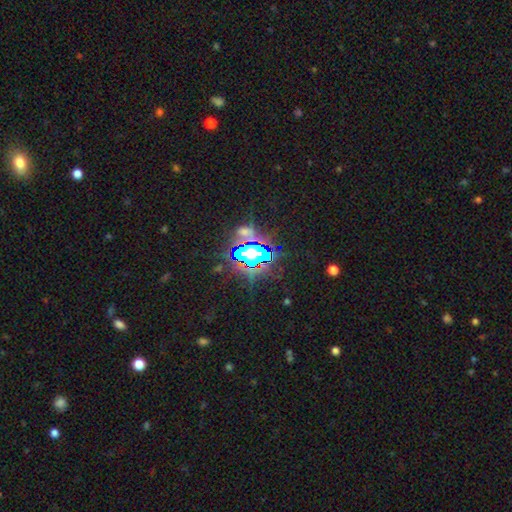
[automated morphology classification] A star or artifact, not a galaxy (73%).

Vote fractions:
- Smooth or featured? star or artifact: 73% / smooth: 17% / featured or disk: 11%